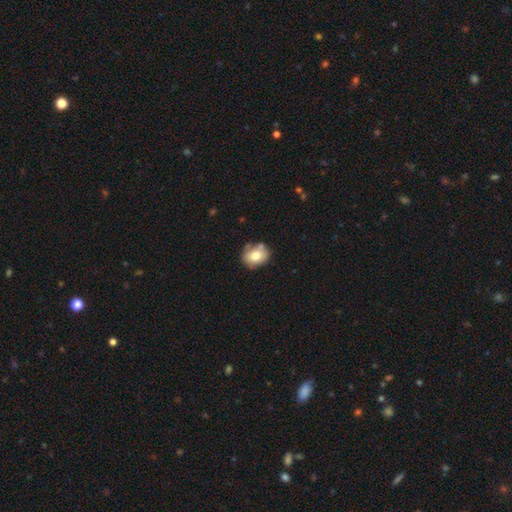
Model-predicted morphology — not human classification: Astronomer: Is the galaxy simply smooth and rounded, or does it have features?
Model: smooth — 73%.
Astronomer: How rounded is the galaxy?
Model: round — 62%.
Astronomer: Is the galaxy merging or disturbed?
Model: none — 66%.